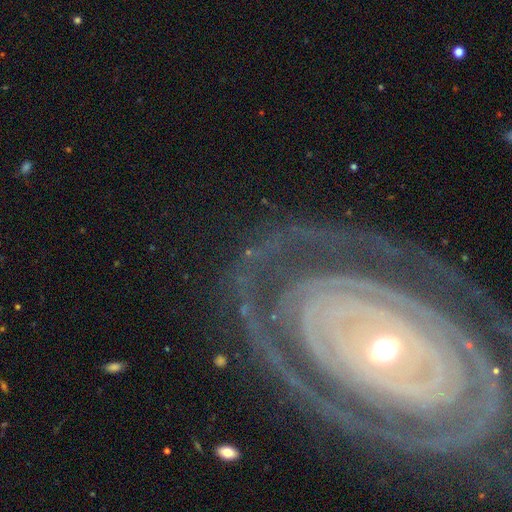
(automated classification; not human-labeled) Smooth or featured? Predicted: featured or disk (p=0.86). Edge-on disk? Predicted: no (p=0.95). Bar? Predicted: no (p=0.70). Spiral arms? Predicted: yes (p=0.86). Spiral winding? Predicted: tight (p=0.83). Spiral arm count? Predicted: can't tell (p=0.33). Bulge size? Predicted: moderate (p=0.50). Merging? Predicted: none (p=0.78).